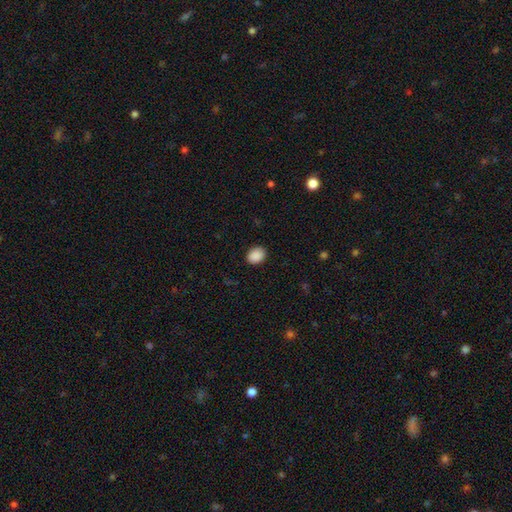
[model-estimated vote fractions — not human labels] This appears to be a smooth galaxy with no disk features (89%) that is in between round and cigar-shaped (61%). Merging: none (87%).